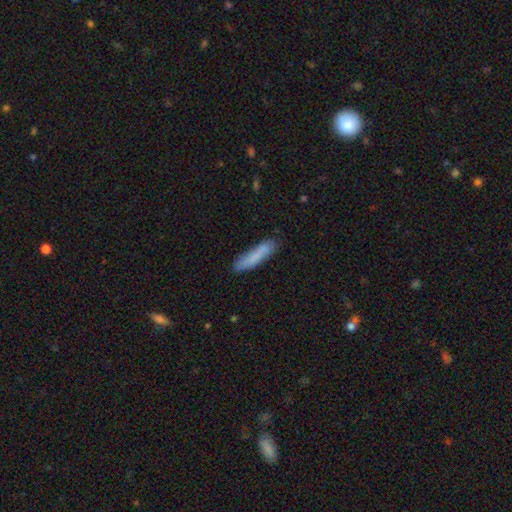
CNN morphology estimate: smooth_or_featured: smooth (p=0.79) [alt: featured or disk p=0.15]
how_rounded: cigar-shaped (p=0.84) [alt: in between p=0.14]
merging: none (p=0.78) [alt: minor disturbance p=0.15]